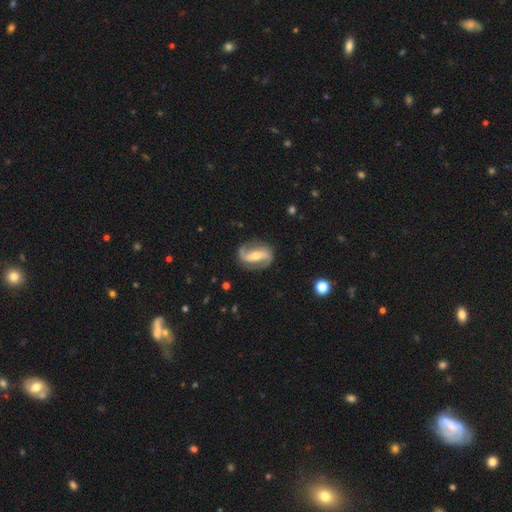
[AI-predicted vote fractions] Smooth or featured?
  - featured or disk: 89% *
  - smooth: 6%
  - star or artifact: 4%
Edge-on disk?
  - no: 97% *
  - yes: 3%
Bar?
  - strong: 49% *
  - weak: 30%
  - no: 22%
Spiral arms?
  - yes: 96% *
  - no: 4%
Spiral winding?
  - medium: 42% *
  - loose: 39%
  - tight: 18%
Spiral arm count?
  - 2: 92% *
  - 1: 3%
  - can't tell: 2%
  - 3: 1%
  - 4: 1%
  - more than 4: 1%
Bulge size?
  - moderate: 49% *
  - small: 46%
  - large: 2%
  - none: 1%
  - dominant: 1%
Merging?
  - none: 83% *
  - minor disturbance: 11%
  - major disturbance: 4%
  - merger: 1%